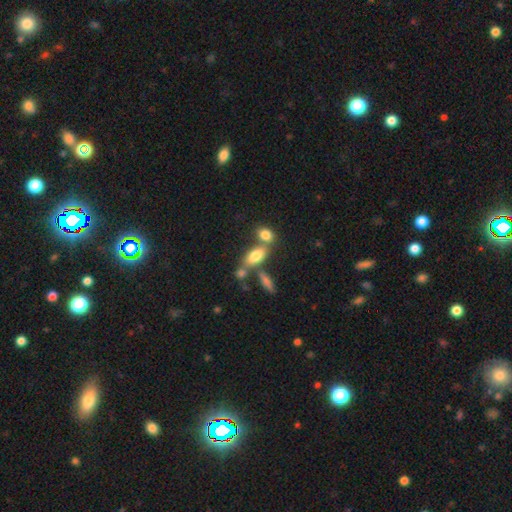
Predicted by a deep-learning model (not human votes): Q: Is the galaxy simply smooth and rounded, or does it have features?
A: smooth — 76%.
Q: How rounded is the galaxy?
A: in between — 83%.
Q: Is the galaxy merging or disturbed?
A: none — 44%.